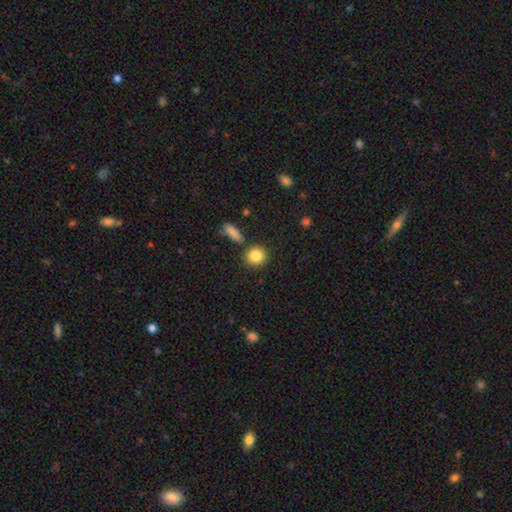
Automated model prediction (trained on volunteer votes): Smooth or featured? Predicted: smooth (p=0.85). How rounded? Predicted: round (p=0.82). Merging? Predicted: none (p=0.80).